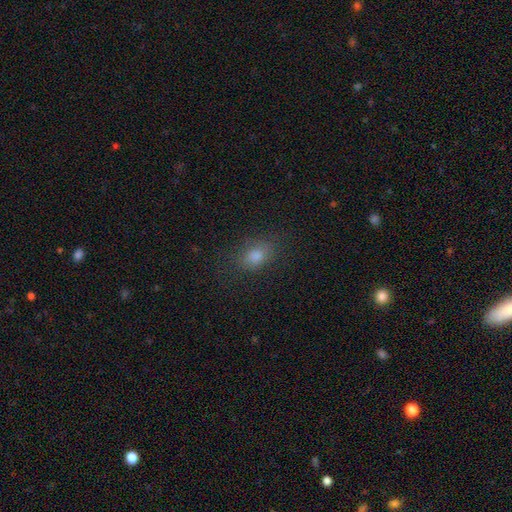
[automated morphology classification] smooth-or-featured: smooth: 77% | star or artifact: 15% | featured or disk: 9%
  how-rounded: in between: 72% | round: 25% | cigar-shaped: 3%
  merging: none: 79% | minor disturbance: 14% | major disturbance: 6% | merger: 1%